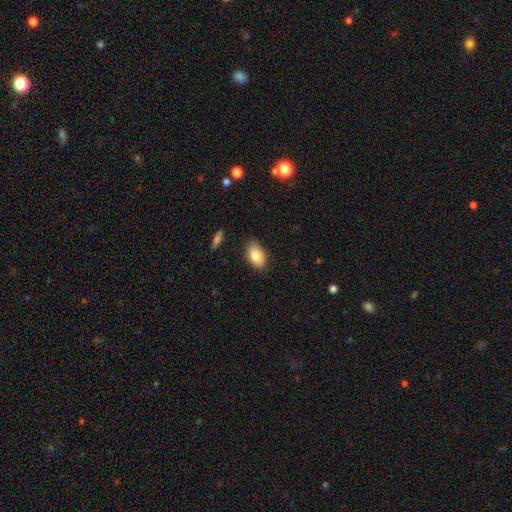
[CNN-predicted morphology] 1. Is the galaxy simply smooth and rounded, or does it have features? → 84% smooth, 9% featured or disk, 7% star or artifact.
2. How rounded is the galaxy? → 92% in between, 6% round, 2% cigar-shaped.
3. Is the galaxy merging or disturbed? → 83% none, 13% minor disturbance, 2% major disturbance, 1% merger.